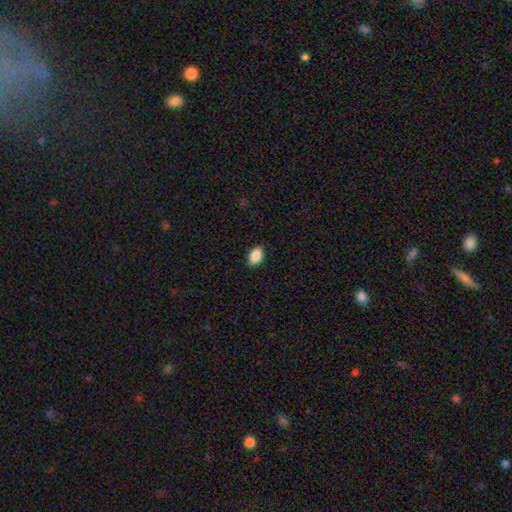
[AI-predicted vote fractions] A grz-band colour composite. It shows a smooth galaxy with no disk features (89%) that is in between round and cigar-shaped (88%). Merging: none (88%).